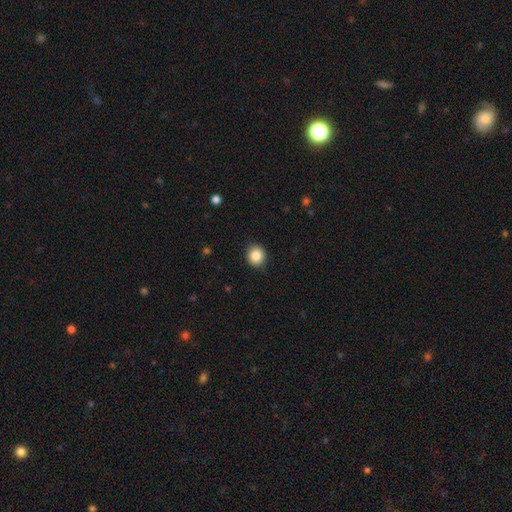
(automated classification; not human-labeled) Smooth or featured? smooth (86%)
How rounded? round (85%)
Merging? none (90%)